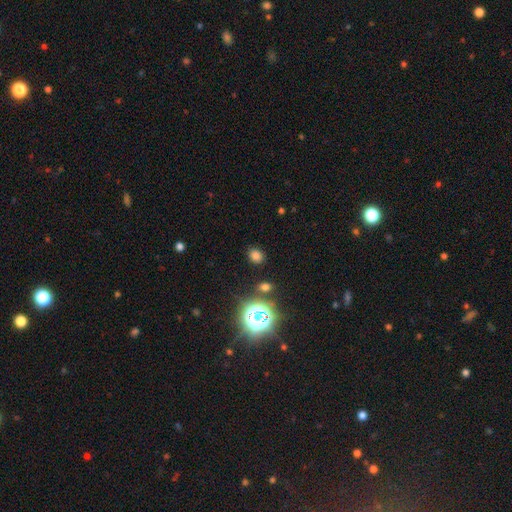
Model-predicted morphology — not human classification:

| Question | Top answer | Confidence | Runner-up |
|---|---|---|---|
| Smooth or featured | smooth | 72% | star or artifact (22%) |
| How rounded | round | 51% | in between (48%) |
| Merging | none | 85% | minor disturbance (9%) |